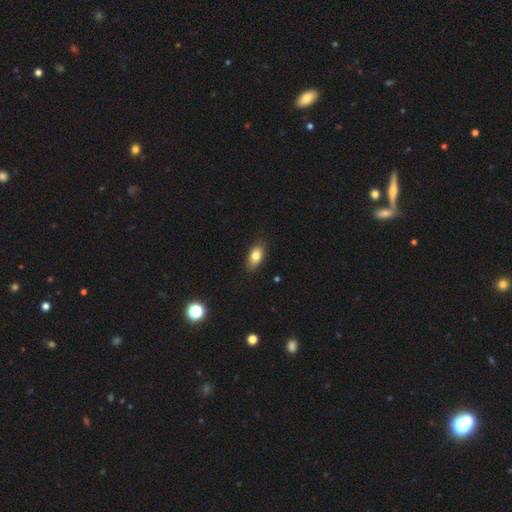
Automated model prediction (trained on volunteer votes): The model was most divided on "smooth or featured": smooth: 81%, featured or disk: 11%, star or artifact: 8%. More confident: how rounded — in between (88%); merging — none (84%).